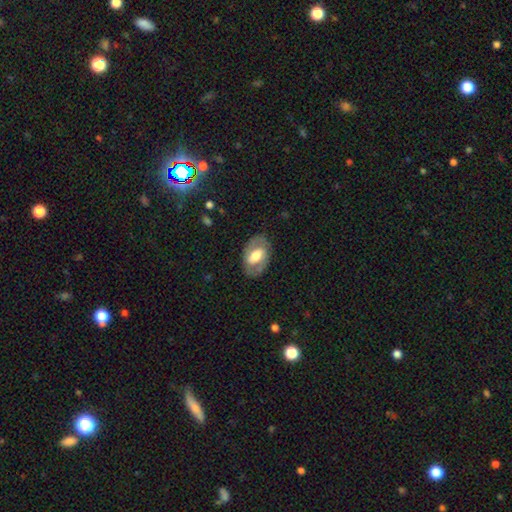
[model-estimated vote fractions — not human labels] Smooth or featured: featured or disk — 57% (smooth — 37%)
Edge-on disk: no — 94% (yes — 6%)
Bar: weak — 41% (no — 33%)
Spiral arms: yes — 53% (no — 47%)
Bulge size: moderate — 53% (large — 32%)
Merging: none — 79% (minor disturbance — 14%)